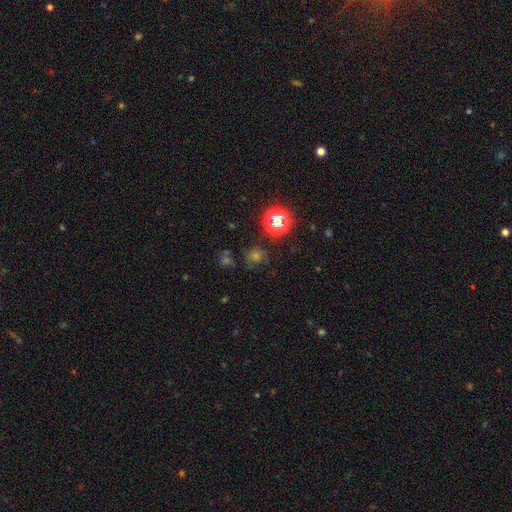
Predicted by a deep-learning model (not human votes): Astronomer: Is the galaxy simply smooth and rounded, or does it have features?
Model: smooth — 47% (runner-up: star or artifact, 44%).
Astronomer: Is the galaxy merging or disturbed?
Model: none — 76%.